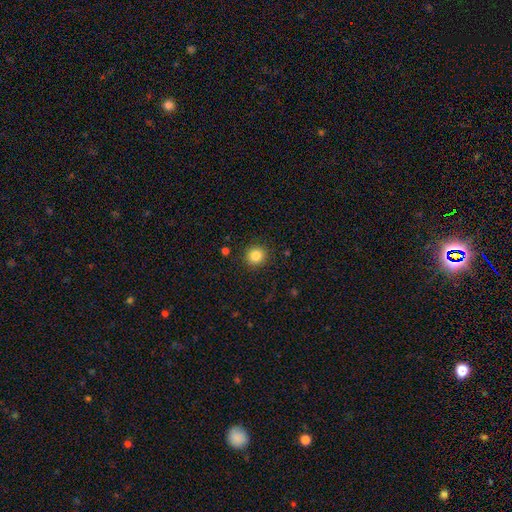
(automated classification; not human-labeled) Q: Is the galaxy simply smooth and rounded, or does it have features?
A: smooth — 84%.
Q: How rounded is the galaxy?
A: round — 91%.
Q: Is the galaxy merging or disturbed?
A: none — 90%.